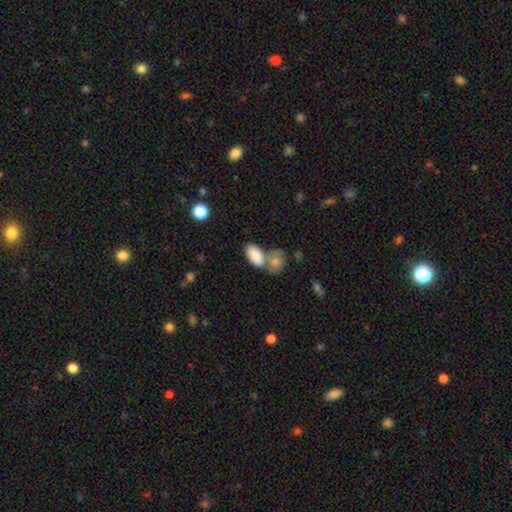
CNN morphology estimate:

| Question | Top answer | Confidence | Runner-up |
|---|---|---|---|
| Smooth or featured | smooth | 85% | featured or disk (9%) |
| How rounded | in between | 93% | round (4%) |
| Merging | merger | 44% | none (39%) |